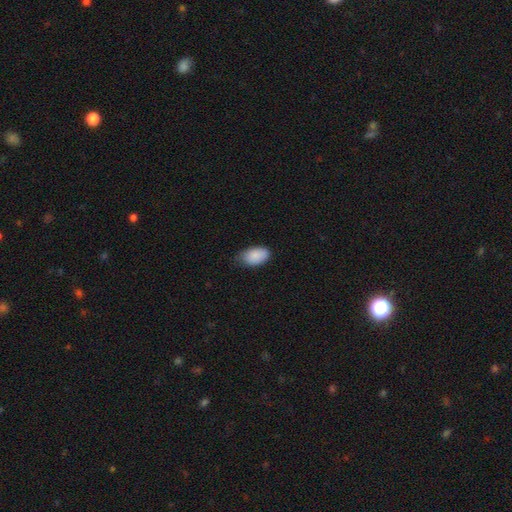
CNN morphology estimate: smooth-or-featured: smooth: 89% | star or artifact: 7% | featured or disk: 5%
  how-rounded: in between: 93% | round: 5% | cigar-shaped: 1%
  merging: none: 60% | minor disturbance: 34% | major disturbance: 5% | merger: 1%